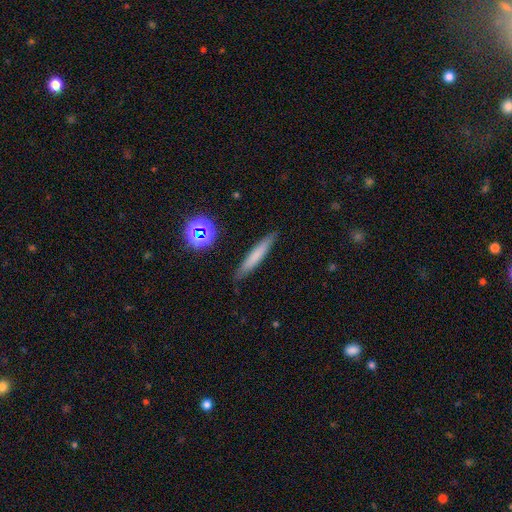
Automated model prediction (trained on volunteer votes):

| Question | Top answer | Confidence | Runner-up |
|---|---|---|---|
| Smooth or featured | smooth | 68% | featured or disk (23%) |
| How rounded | cigar-shaped | 93% | in between (5%) |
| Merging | none | 88% | minor disturbance (9%) |